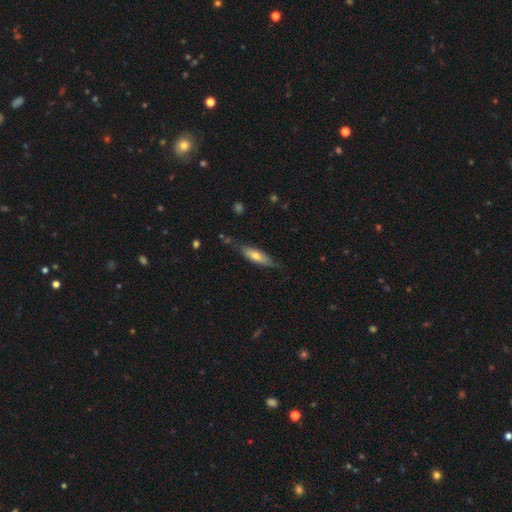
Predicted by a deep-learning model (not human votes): A smooth galaxy with no disk features (58%) that is cigar-shaped (62%).

Vote fractions:
- Smooth or featured? smooth: 58% / featured or disk: 36% / star or artifact: 6%
- How rounded? cigar-shaped: 62% / in between: 36% / round: 2%
- Merging? none: 74% / minor disturbance: 20% / major disturbance: 4% / merger: 2%